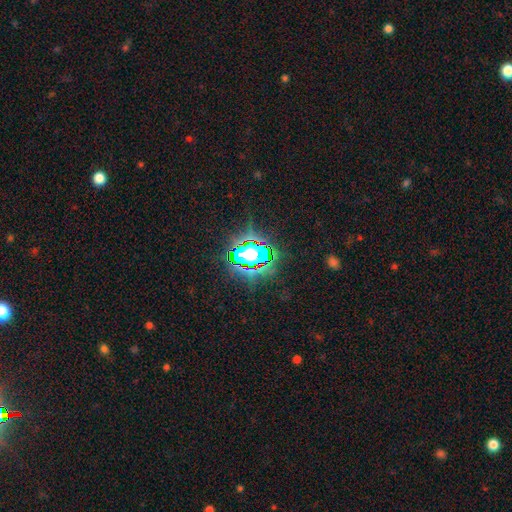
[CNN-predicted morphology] Smooth or featured? Predicted: star or artifact (p=0.78).